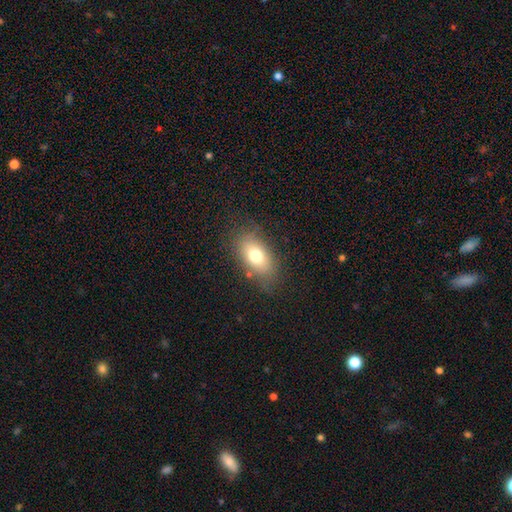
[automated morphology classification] Overall: smooth (73%). How rounded: in between (87%). Merging: none (78%).